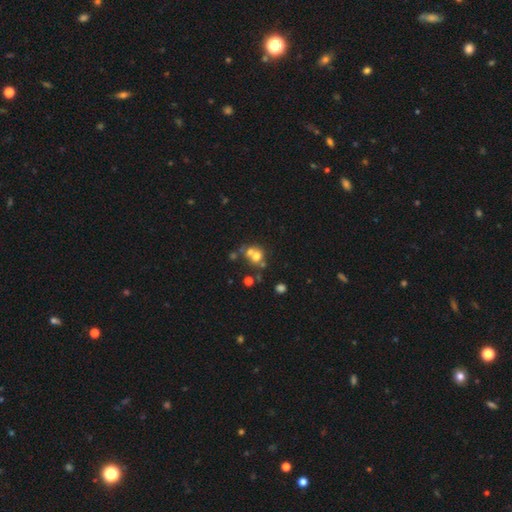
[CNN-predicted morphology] A smooth galaxy with no disk features (60%) that is round (74%). Merging: merger (50%).